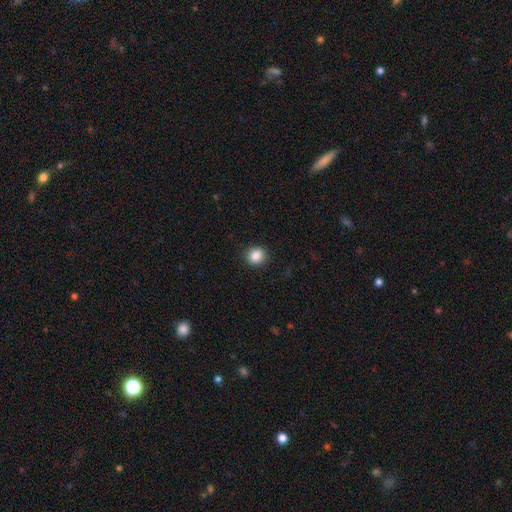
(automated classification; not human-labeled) smooth-or-featured: smooth: 87% | star or artifact: 9% | featured or disk: 3%
  how-rounded: round: 79% | in between: 20% | cigar-shaped: 1%
  merging: none: 89% | minor disturbance: 7% | major disturbance: 2% | merger: 1%